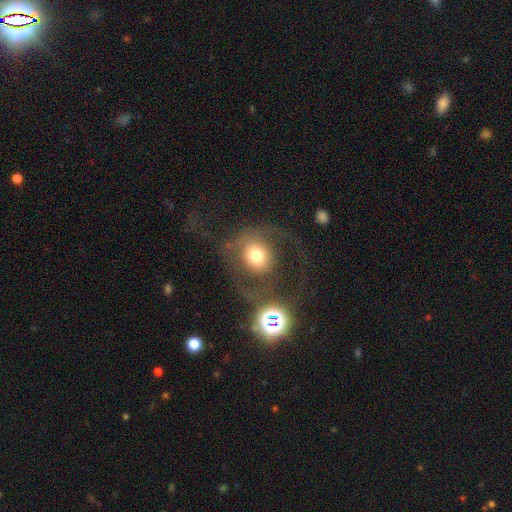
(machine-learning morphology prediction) This is possibly a smooth galaxy (57%). How rounded: likely round (77%). Merging: possibly none (47%).